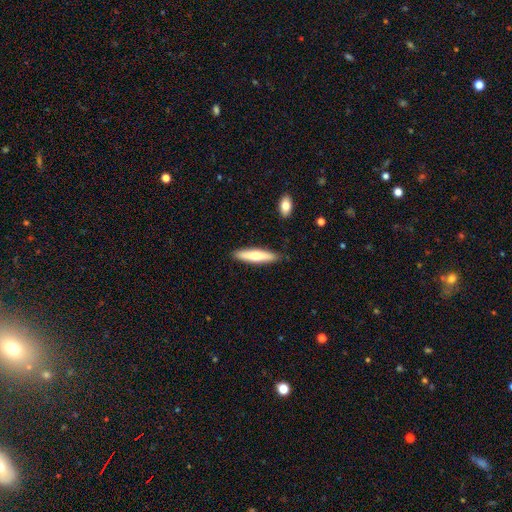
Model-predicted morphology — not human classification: Overall: smooth (65%; featured or disk 30%). How rounded: cigar-shaped (82%). Merging: none (88%).